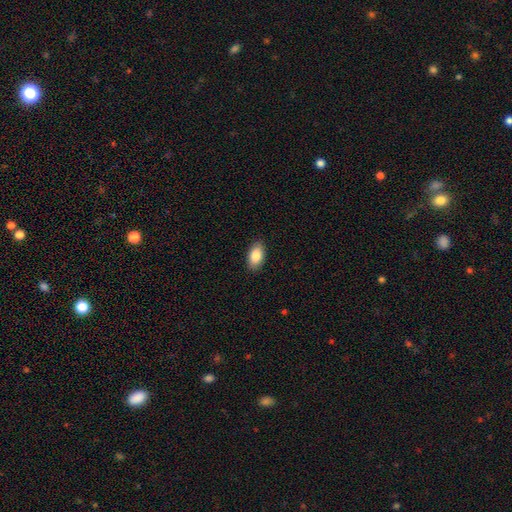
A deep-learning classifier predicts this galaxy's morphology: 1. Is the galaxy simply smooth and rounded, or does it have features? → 86% smooth, 7% featured or disk, 7% star or artifact.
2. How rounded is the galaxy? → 93% in between, 4% round, 2% cigar-shaped.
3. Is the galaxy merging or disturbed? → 89% none, 8% minor disturbance, 2% major disturbance, 1% merger.